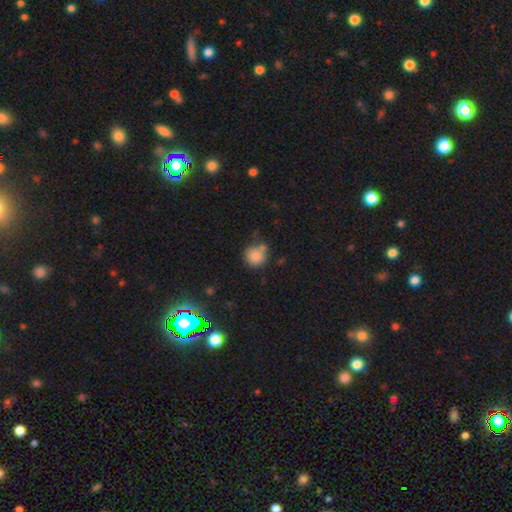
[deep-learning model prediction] This is clearly a smooth galaxy (82%). How rounded: clearly round (91%). Merging: likely none (64%).